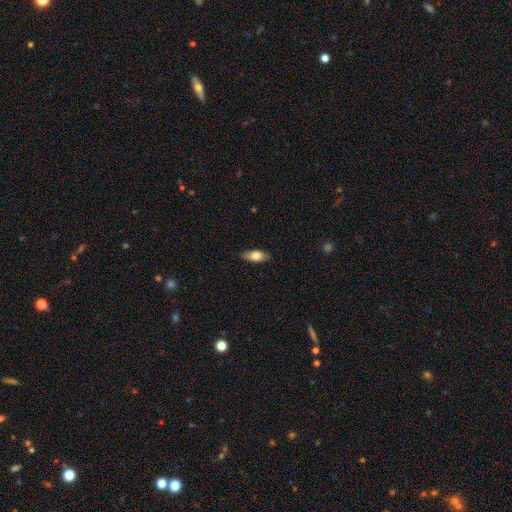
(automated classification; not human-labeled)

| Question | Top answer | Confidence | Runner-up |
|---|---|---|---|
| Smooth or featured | smooth | 77% | featured or disk (17%) |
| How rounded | in between | 86% | cigar-shaped (11%) |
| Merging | none | 86% | minor disturbance (11%) |